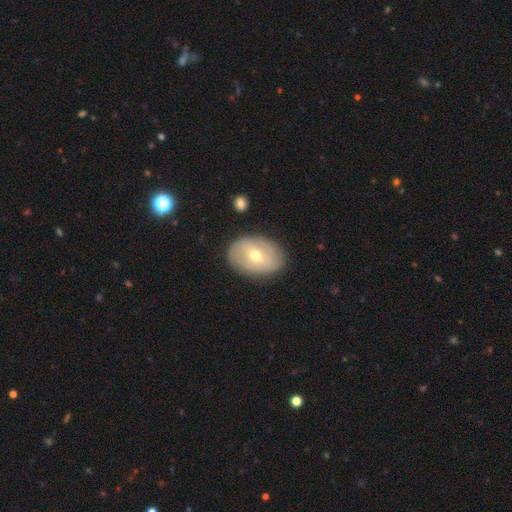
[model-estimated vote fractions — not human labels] Smooth or featured: featured or disk — 51% (smooth — 42%)
Edge-on disk: no — 93% (yes — 7%)
Merging: none — 82% (minor disturbance — 12%)